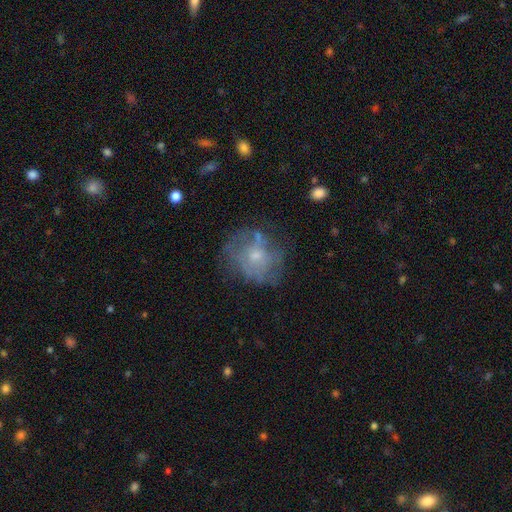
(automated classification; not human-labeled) featured or disk 48%, smooth 41%, star or artifact 11%. Down the decision tree: merging — none (59%).